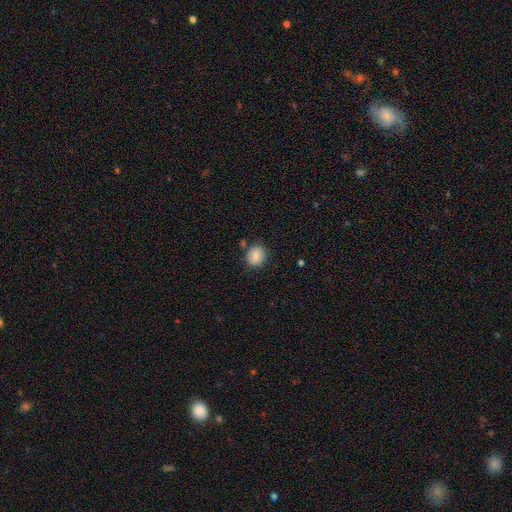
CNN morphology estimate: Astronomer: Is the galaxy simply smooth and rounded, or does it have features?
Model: smooth — 76%.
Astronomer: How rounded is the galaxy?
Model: round — 78%.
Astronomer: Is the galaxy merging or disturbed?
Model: none — 81%.